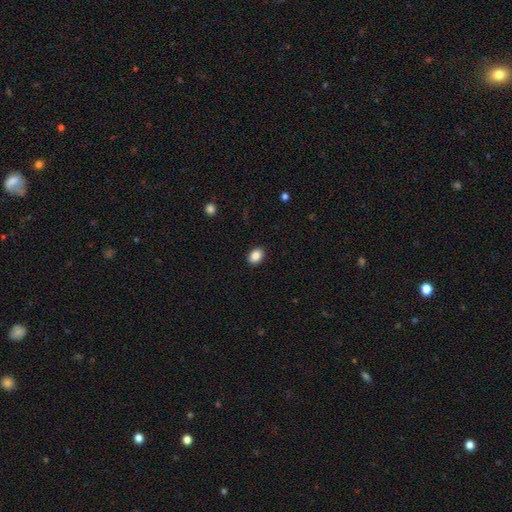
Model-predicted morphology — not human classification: A smooth galaxy with no disk features (87%) that is in between round and cigar-shaped (72%).

Vote fractions:
- Smooth or featured? smooth: 87% / star or artifact: 8% / featured or disk: 5%
- How rounded? in between: 72% / round: 27% / cigar-shaped: 1%
- Merging? none: 91% / minor disturbance: 7% / major disturbance: 2% / merger: 1%